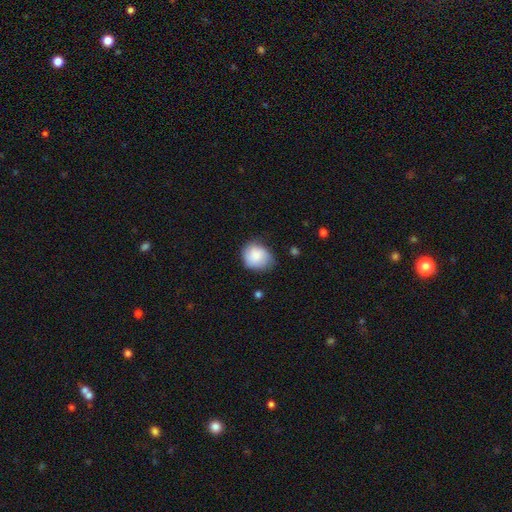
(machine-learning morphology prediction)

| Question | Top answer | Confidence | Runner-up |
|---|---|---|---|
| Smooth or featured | smooth | 80% | featured or disk (13%) |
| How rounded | round | 64% | in between (35%) |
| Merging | none | 63% | minor disturbance (29%) |